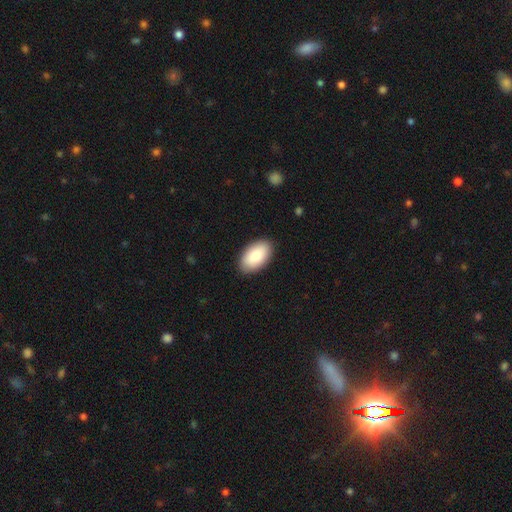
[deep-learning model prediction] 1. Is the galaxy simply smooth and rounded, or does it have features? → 84% smooth, 10% featured or disk, 6% star or artifact.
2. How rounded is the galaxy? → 95% in between, 3% round, 1% cigar-shaped.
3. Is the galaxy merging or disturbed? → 89% none, 8% minor disturbance, 2% major disturbance, 1% merger.